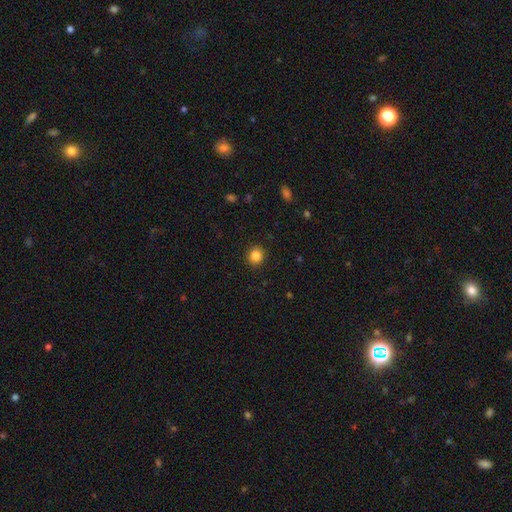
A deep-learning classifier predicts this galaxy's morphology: This is clearly a smooth galaxy (85%). How rounded: clearly round (89%). Merging: clearly none (91%).